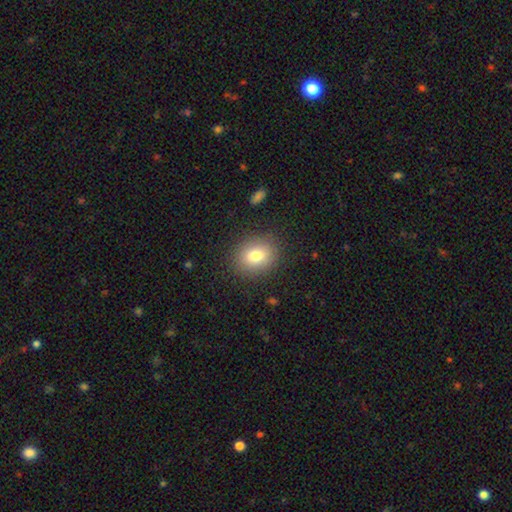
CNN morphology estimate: type=smooth (78%); roundness=round (54%); merging=none (86%).